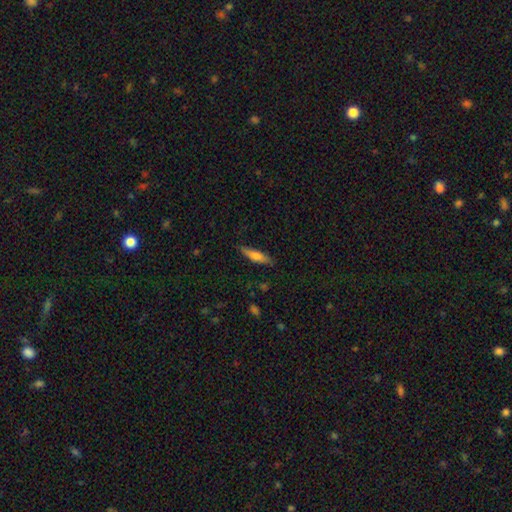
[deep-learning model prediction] A smooth galaxy with no disk features (70%) that is cigar-shaped (72%).

Vote fractions:
- Smooth or featured? smooth: 70% / featured or disk: 24% / star or artifact: 6%
- How rounded? cigar-shaped: 72% / in between: 26% / round: 2%
- Merging? none: 83% / minor disturbance: 13% / major disturbance: 3% / merger: 1%